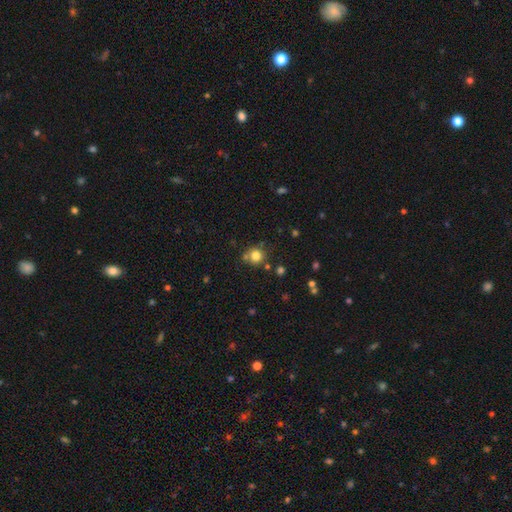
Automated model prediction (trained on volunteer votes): The model was most divided on "merging": none: 72%, merger: 13%, minor disturbance: 12%, major disturbance: 4%. More confident: how rounded — round (90%); smooth or featured — smooth (79%).